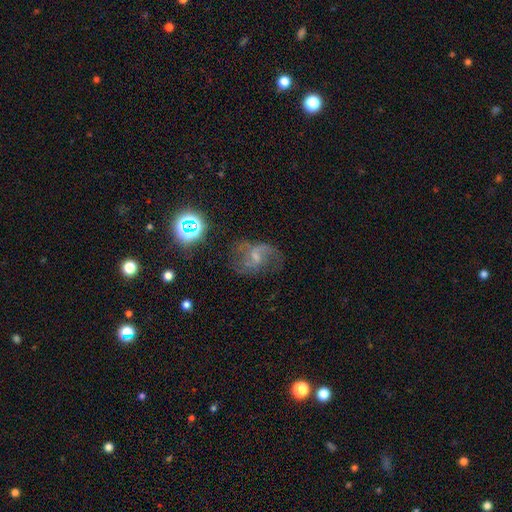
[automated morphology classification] Smooth or featured? featured or disk (68%)
Edge-on disk? no (97%)
Bar? weak (50%)
Spiral arms? yes (89%)
Spiral winding? loose (50%)
Spiral arm count? 2 (72%)
Bulge size? small (52%)
Merging? none (59%)